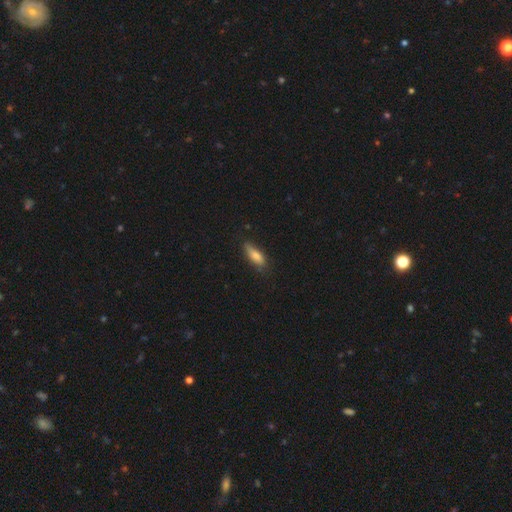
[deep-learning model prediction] Q: Smooth or featured?
A: smooth (77%); runner-up: featured or disk (16%)
Q: How rounded?
A: in between (54%); runner-up: cigar-shaped (44%)
Q: Merging?
A: none (72%); runner-up: minor disturbance (22%)